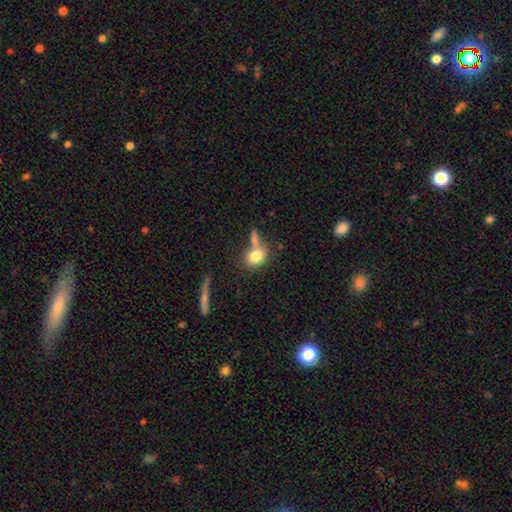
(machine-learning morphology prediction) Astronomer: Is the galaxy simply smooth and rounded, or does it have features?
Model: smooth — 78%.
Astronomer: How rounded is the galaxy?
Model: in between — 60% (runner-up: round, 37%).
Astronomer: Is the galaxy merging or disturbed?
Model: none — 42% (runner-up: merger, 35%).